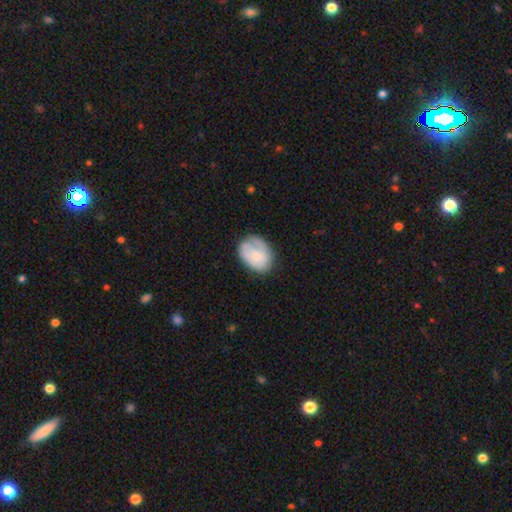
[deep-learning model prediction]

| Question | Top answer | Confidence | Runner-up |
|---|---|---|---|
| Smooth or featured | smooth | 63% | featured or disk (30%) |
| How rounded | in between | 71% | round (28%) |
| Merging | none | 56% | minor disturbance (30%) |